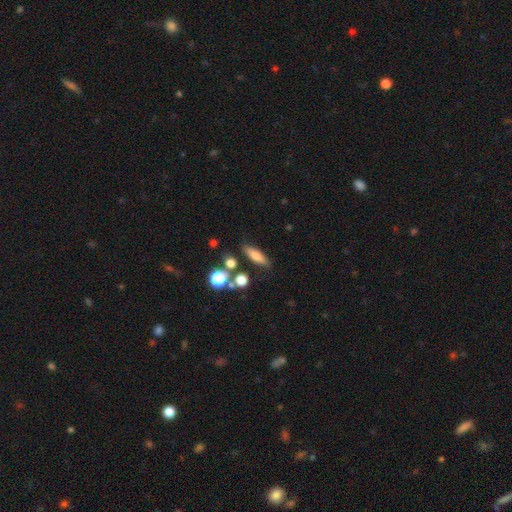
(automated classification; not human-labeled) smooth 70%, featured or disk 19%, star or artifact 11%. Down the decision tree: how rounded — cigar-shaped (51%); merging — none (78%).